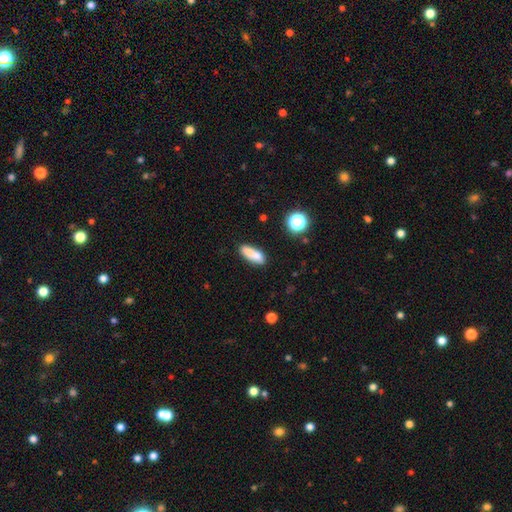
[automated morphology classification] smooth_or_featured: smooth (p=0.79) [alt: featured or disk p=0.12]
how_rounded: in between (p=0.53) [alt: cigar-shaped p=0.44]
merging: none (p=0.67) [alt: minor disturbance p=0.16]